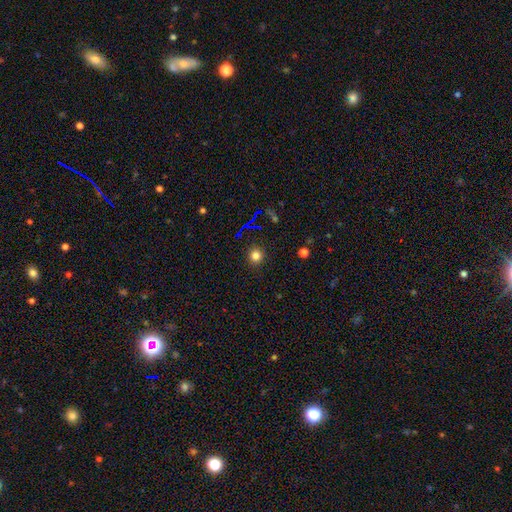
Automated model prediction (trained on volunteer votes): A smooth galaxy with no disk features (78%) that is round (92%). Merging: none (91%).